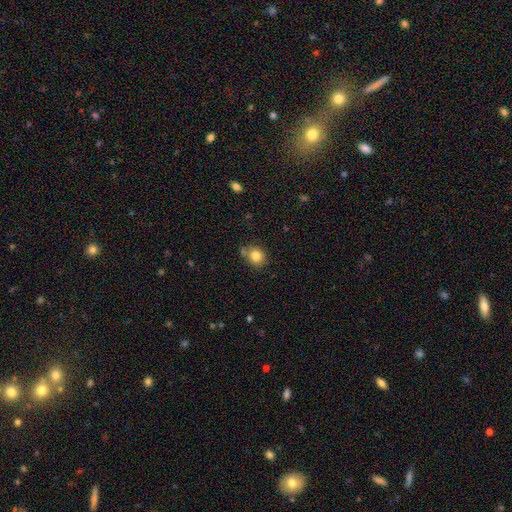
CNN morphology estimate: Q: Smooth or featured?
A: smooth (82%); runner-up: star or artifact (10%)
Q: How rounded?
A: round (78%); runner-up: in between (22%)
Q: Merging?
A: none (69%); runner-up: minor disturbance (15%)